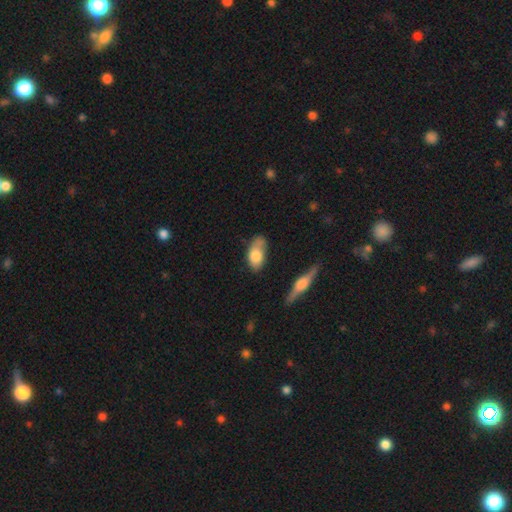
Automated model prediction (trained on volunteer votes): Smooth or featured? smooth (71%)
How rounded? in between (89%)
Merging? none (49%)